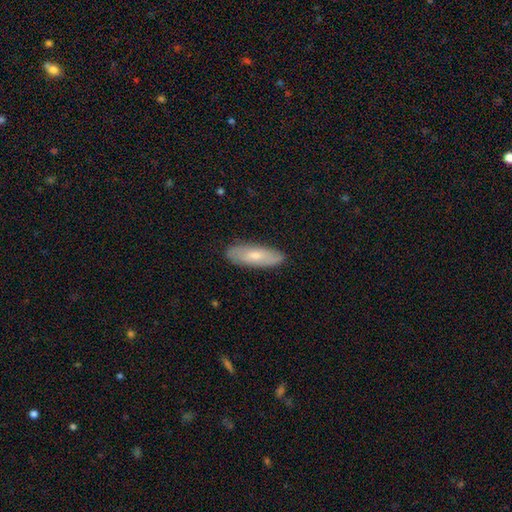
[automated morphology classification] Smooth or featured?
  - smooth: 62% *
  - featured or disk: 32%
  - star or artifact: 6%
How rounded?
  - in between: 65% *
  - cigar-shaped: 33%
  - round: 2%
Merging?
  - none: 86% *
  - minor disturbance: 11%
  - major disturbance: 2%
  - merger: 1%